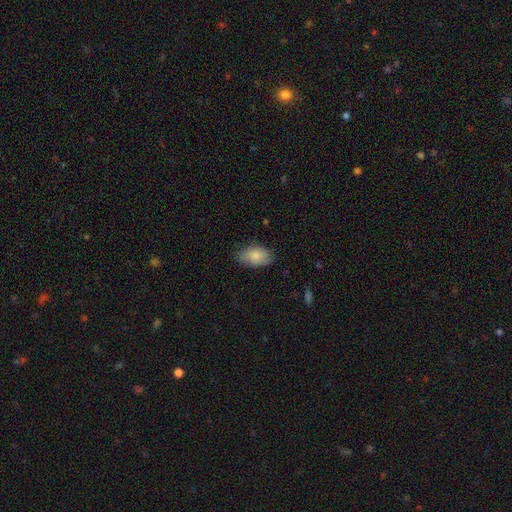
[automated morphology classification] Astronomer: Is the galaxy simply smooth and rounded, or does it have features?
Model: smooth — 84%.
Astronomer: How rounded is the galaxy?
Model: in between — 92%.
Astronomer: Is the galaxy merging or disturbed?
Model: none — 77%.